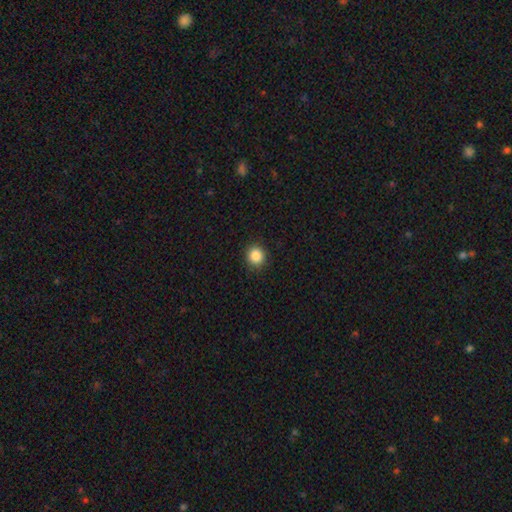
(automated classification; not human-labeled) This appears to be a smooth galaxy with no disk features (86%) that is round (90%). Merging: none (90%).